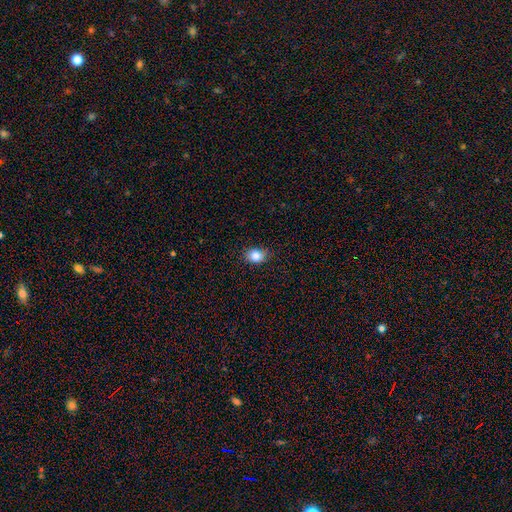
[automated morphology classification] smooth 84%, star or artifact 10%, featured or disk 6%. Down the decision tree: how rounded — in between (60%); merging — none (80%).